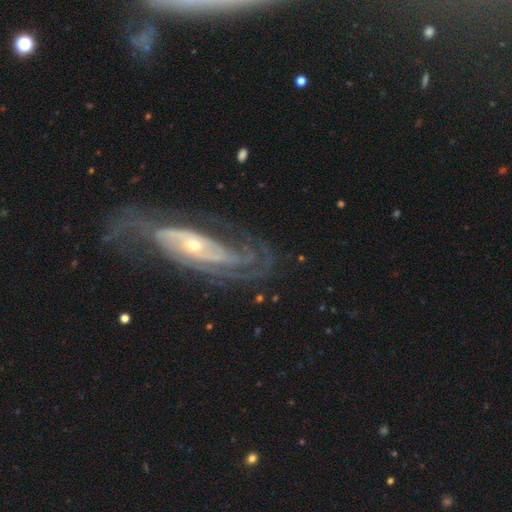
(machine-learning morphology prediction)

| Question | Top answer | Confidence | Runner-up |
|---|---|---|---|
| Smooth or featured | featured or disk | 88% | star or artifact (6%) |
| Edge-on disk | no | 90% | yes (10%) |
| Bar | no | 58% | weak (24%) |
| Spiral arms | yes | 95% | no (5%) |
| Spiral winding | tight | 51% | medium (35%) |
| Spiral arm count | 2 | 33% | can't tell (28%) |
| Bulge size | small | 64% | moderate (31%) |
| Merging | none | 60% | minor disturbance (19%) |